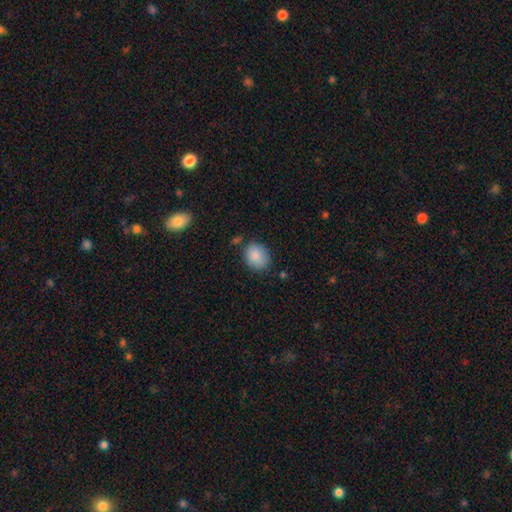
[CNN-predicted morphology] Smooth or featured: smooth — 87% (star or artifact — 8%)
How rounded: round — 57% (in between — 42%)
Merging: none — 74% (minor disturbance — 18%)